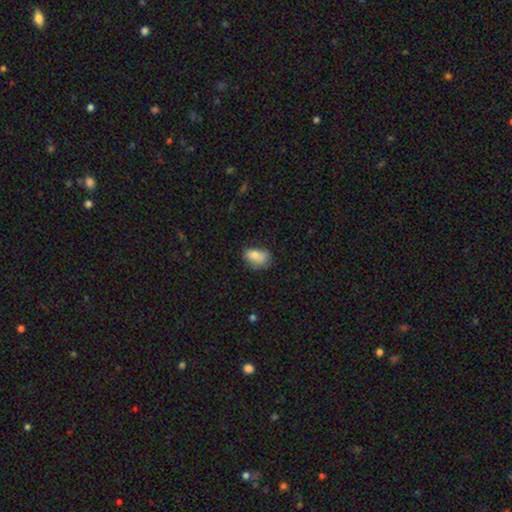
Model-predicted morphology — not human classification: smooth 78%, featured or disk 13%, star or artifact 9%. Down the decision tree: how rounded — in between (83%); merging — none (51%).